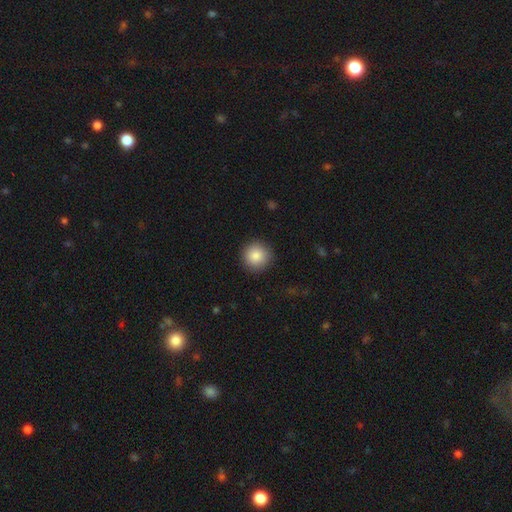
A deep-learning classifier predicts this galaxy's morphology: Smooth or featured: smooth — 86% (star or artifact — 8%)
How rounded: round — 95% (in between — 4%)
Merging: none — 91% (minor disturbance — 6%)